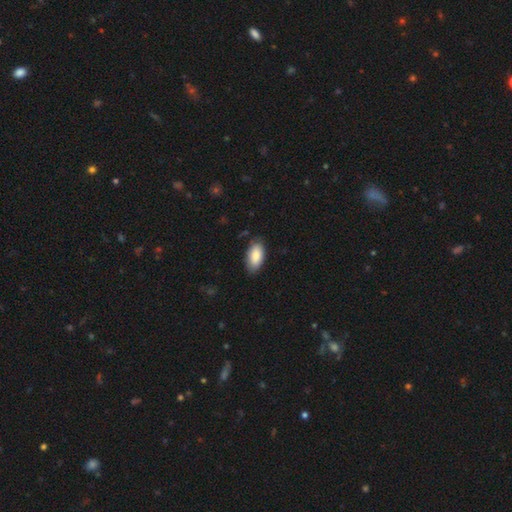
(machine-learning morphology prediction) The model was most divided on "merging": none: 81%, minor disturbance: 15%, major disturbance: 3%, merger: 1%. More confident: how rounded — in between (94%); smooth or featured — smooth (87%).